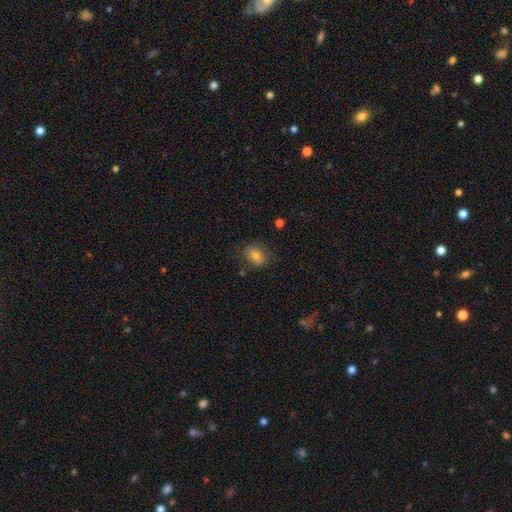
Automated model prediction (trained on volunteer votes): Smooth or featured?
  - smooth: 72% *
  - featured or disk: 16%
  - star or artifact: 12%
How rounded?
  - in between: 70% *
  - round: 29%
  - cigar-shaped: 2%
Merging?
  - none: 73% *
  - minor disturbance: 18%
  - major disturbance: 6%
  - merger: 2%